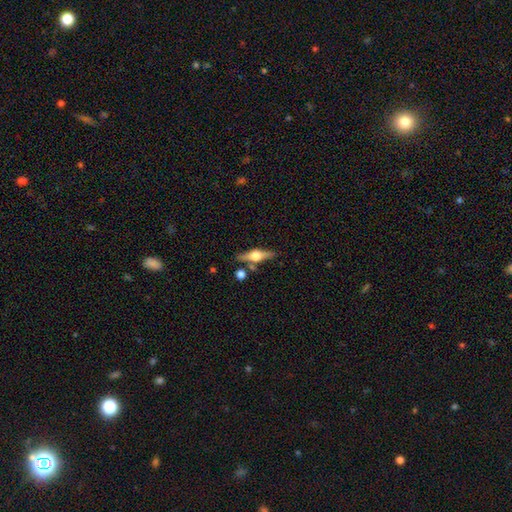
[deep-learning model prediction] Morphology: type=featured or disk (69%); edge-on=yes (96%); edge-on bulge=rounded (94%); merging=none (80%).